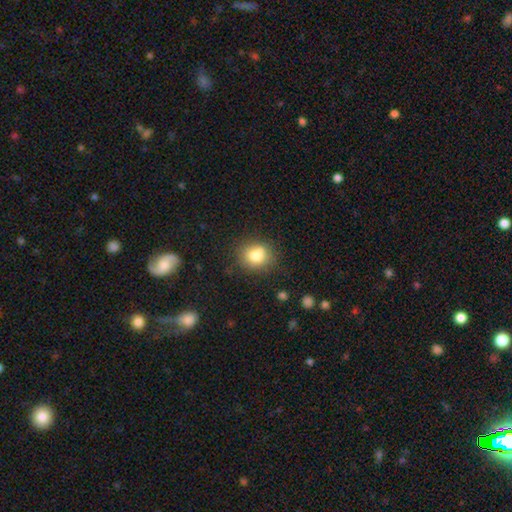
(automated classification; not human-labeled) A smooth galaxy with no disk features (78%) that is round (76%).

Vote fractions:
- Smooth or featured? smooth: 78% / star or artifact: 11% / featured or disk: 11%
- How rounded? round: 76% / in between: 23% / cigar-shaped: 1%
- Merging? none: 69% / minor disturbance: 16% / merger: 10% / major disturbance: 5%